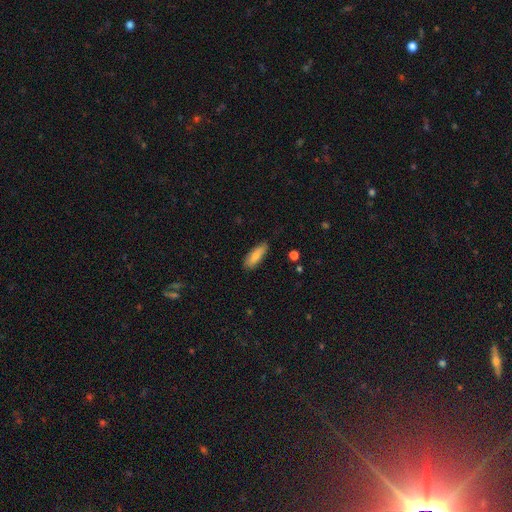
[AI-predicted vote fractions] smooth-or-featured: smooth: 83% | featured or disk: 11% | star or artifact: 6%
  how-rounded: in between: 57% | cigar-shaped: 41% | round: 2%
  merging: none: 82% | minor disturbance: 15% | major disturbance: 2% | merger: 1%